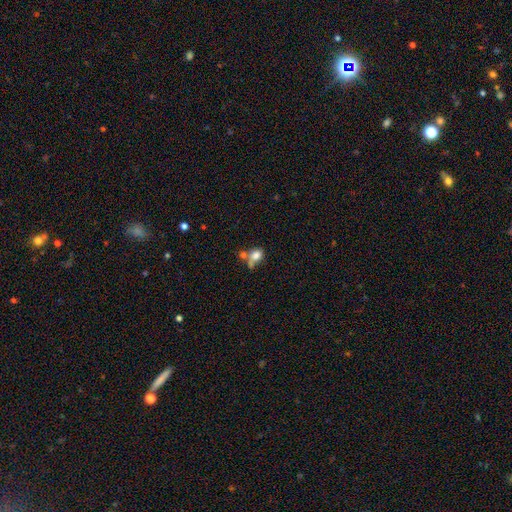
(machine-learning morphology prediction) Smooth or featured?
  - smooth: 76% *
  - featured or disk: 14%
  - star or artifact: 10%
How rounded?
  - in between: 60% *
  - round: 38%
  - cigar-shaped: 2%
Merging?
  - merger: 40% *
  - none: 30%
  - minor disturbance: 16%
  - major disturbance: 14%